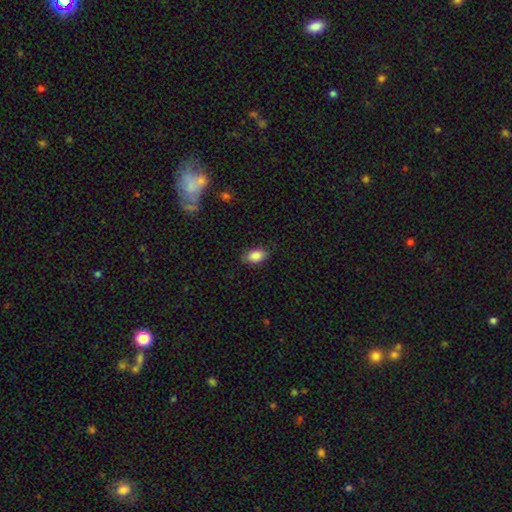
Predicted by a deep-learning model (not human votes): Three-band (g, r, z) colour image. It shows a smooth galaxy with no disk features (88%) that is in between round and cigar-shaped (91%). Merging: none (82%).